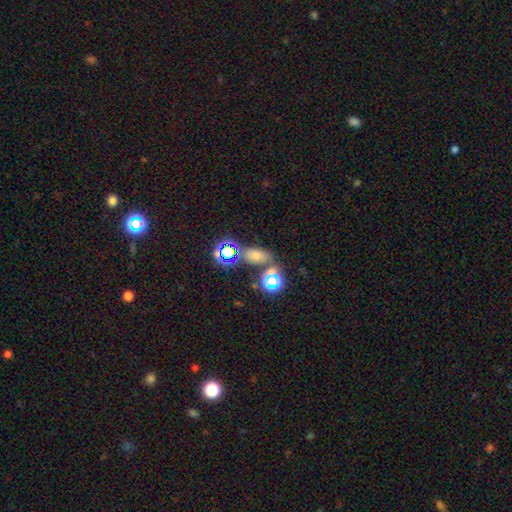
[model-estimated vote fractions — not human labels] Smooth or featured?
  - smooth: 44% *
  - star or artifact: 41%
  - featured or disk: 15%
Merging?
  - none: 66% *
  - merger: 17%
  - minor disturbance: 11%
  - major disturbance: 5%